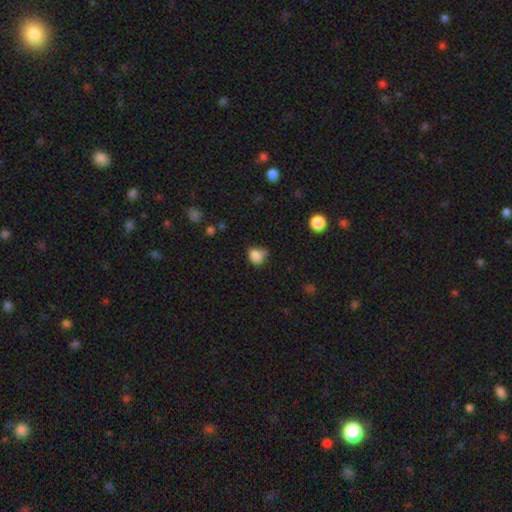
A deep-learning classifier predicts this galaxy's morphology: Q: Smooth or featured?
A: smooth (82%); runner-up: star or artifact (11%)
Q: How rounded?
A: in between (58%); runner-up: round (41%)
Q: Merging?
A: none (50%); runner-up: minor disturbance (25%)